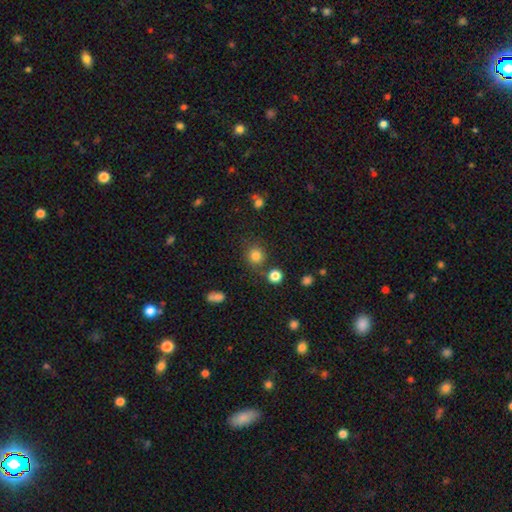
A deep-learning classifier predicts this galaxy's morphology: smooth-or-featured: smooth: 81% | star or artifact: 13% | featured or disk: 6%
  how-rounded: round: 88% | in between: 11% | cigar-shaped: 1%
  merging: none: 77% | minor disturbance: 11% | merger: 8% | major disturbance: 4%